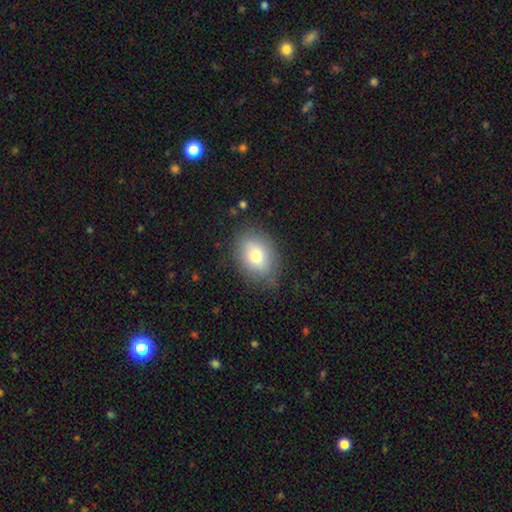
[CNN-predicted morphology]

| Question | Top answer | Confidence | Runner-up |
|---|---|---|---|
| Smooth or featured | smooth | 75% | featured or disk (16%) |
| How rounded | in between | 72% | round (26%) |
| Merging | none | 76% | minor disturbance (18%) |